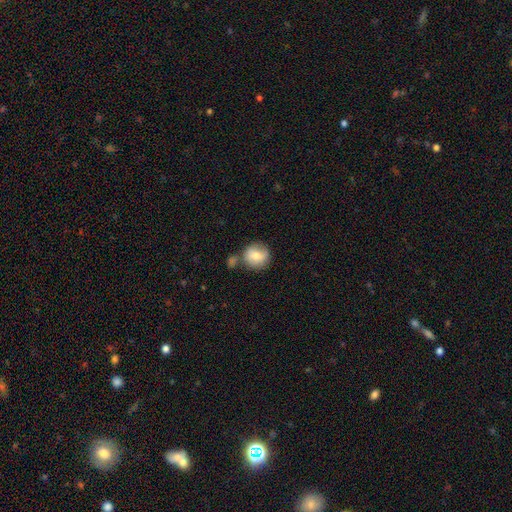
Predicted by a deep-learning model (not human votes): Morphology: type=smooth (69%); roundness=round (89%); merging=none (59%).